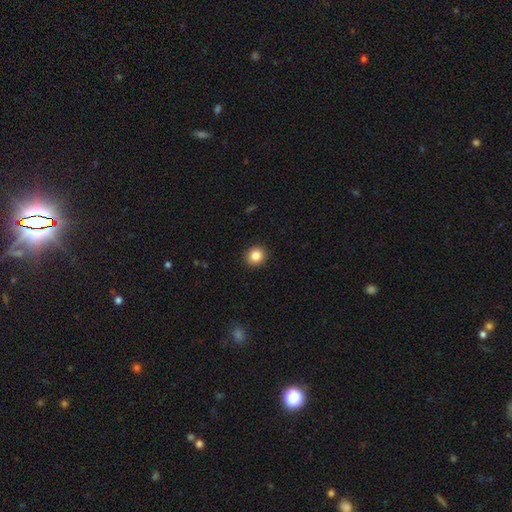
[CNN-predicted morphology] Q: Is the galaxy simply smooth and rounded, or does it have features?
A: smooth — 86%.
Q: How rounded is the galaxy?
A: round — 88%.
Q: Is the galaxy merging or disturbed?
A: none — 92%.